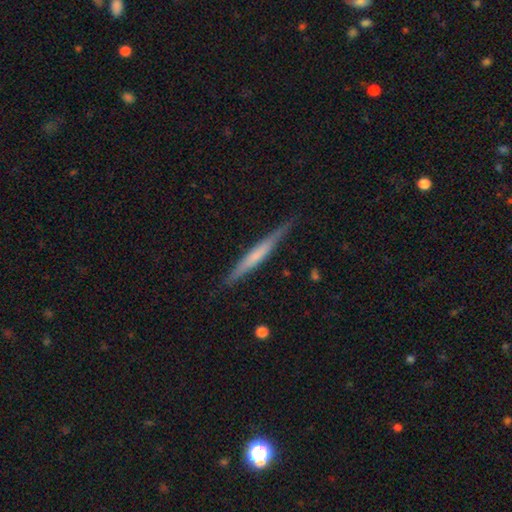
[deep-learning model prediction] Smooth or featured? featured or disk (49%)
Merging? none (86%)